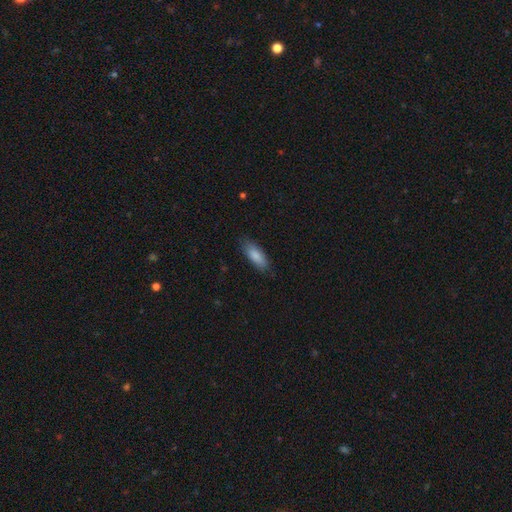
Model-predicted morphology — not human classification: The model was most divided on "how rounded": in between: 70%, cigar-shaped: 28%, round: 2%. More confident: smooth or featured — smooth (85%); merging — none (81%).